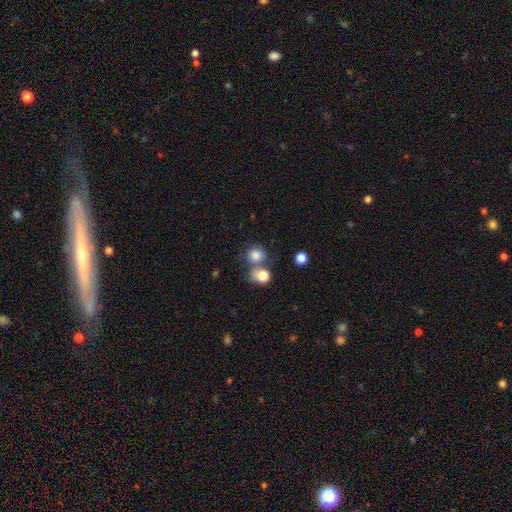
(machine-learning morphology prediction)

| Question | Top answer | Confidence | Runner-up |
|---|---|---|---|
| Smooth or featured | smooth | 80% | star or artifact (11%) |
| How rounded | round | 79% | in between (20%) |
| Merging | none | 52% | merger (32%) |